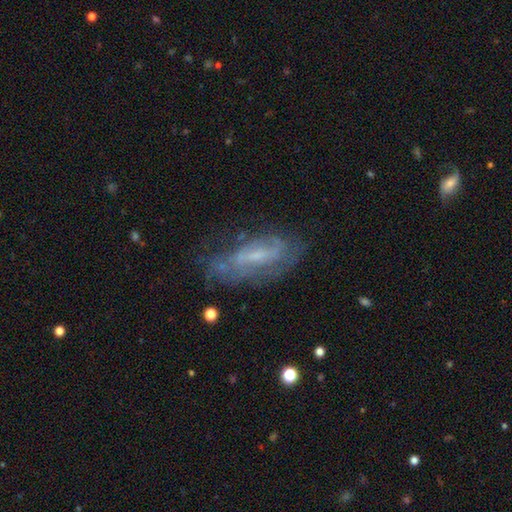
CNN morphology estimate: Smooth or featured? Predicted: featured or disk (p=0.66). Edge-on disk? Predicted: no (p=0.85). Bar? Predicted: weak (p=0.44). Spiral arms? Predicted: yes (p=0.70). Bulge size? Predicted: small (p=0.56). Merging? Predicted: none (p=0.58).